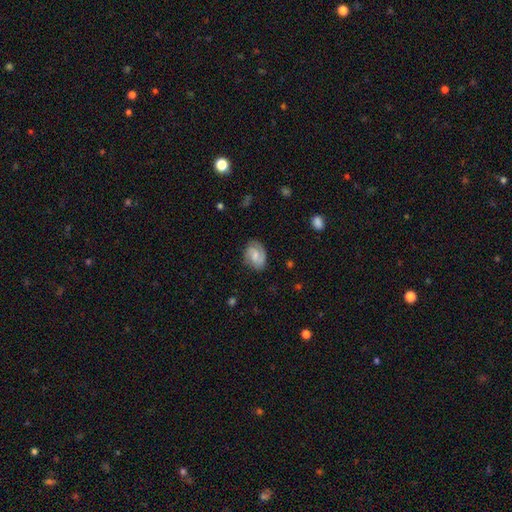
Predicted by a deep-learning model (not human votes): A featured or disk galaxy (57%) with a weak bar (47%), spiral arms (90%) and a small central bulge (41%).

Vote fractions:
- Smooth or featured? featured or disk: 57% / smooth: 36% / star or artifact: 7%
- Edge-on disk? no: 97% / yes: 3%
- Bar? weak: 47% / no: 43% / strong: 10%
- Spiral arms? yes: 90% / no: 10%
- Bulge size? small: 41% / moderate: 39% / none: 14% / large: 5% / dominant: 1%
- Merging? none: 74% / minor disturbance: 19% / major disturbance: 6% / merger: 1%